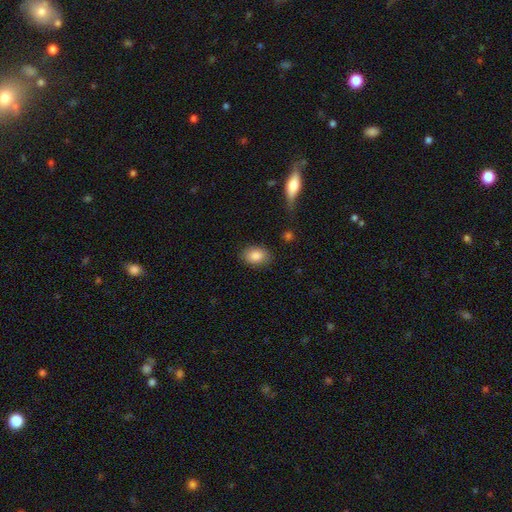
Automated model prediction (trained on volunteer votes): Smooth or featured? smooth (85%)
How rounded? in between (78%)
Merging? none (85%)